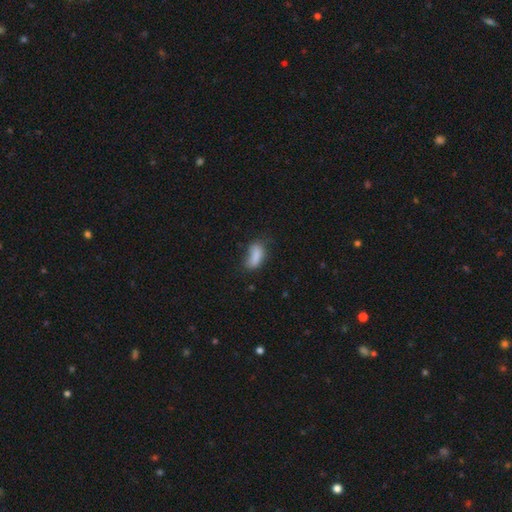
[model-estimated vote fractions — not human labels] A smooth galaxy with no disk features (80%) that is in between round and cigar-shaped (84%). Merging: none (44%).